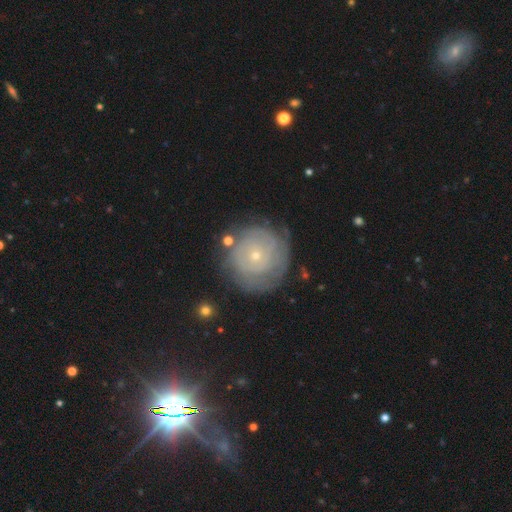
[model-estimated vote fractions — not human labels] The model was most divided on "spiral arm count": can't tell: 54%, 2: 16%, 3: 11%, 4: 8%, more than 4: 6%, 1: 6%. More confident: edge-on disk — no (97%); bar — no (85%); spiral winding — tight (83%); spiral arms — yes (83%); bulge size — small (80%); merging — none (74%); smooth or featured — featured or disk (71%).